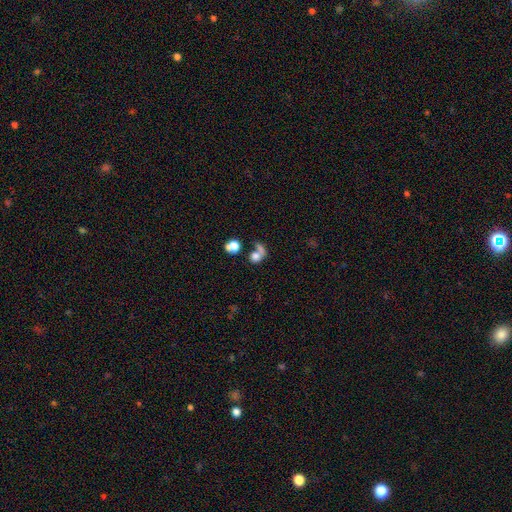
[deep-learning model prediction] Smooth or featured? smooth (65%)
How rounded? round (65%)
Merging? merger (45%)